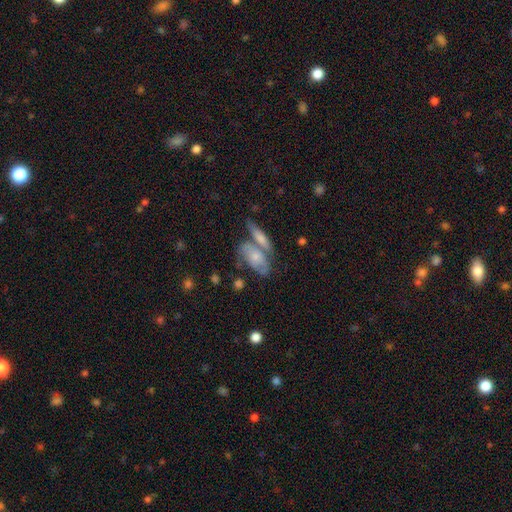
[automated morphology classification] A smooth galaxy with no disk features (48%).

Vote fractions:
- Smooth or featured? smooth: 48% / featured or disk: 45% / star or artifact: 7%
- Merging? merger: 42% / none: 34% / minor disturbance: 15% / major disturbance: 8%